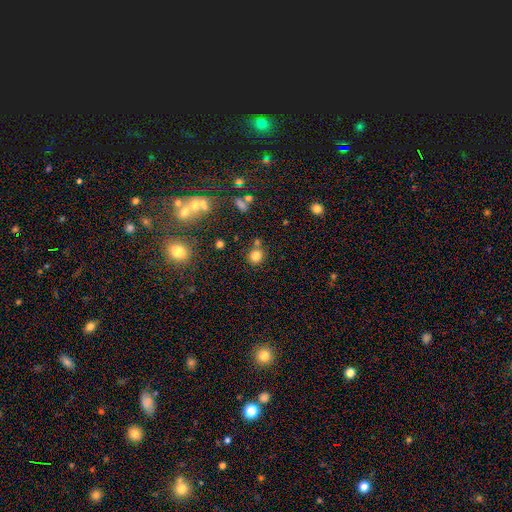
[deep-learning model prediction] The model was most divided on "merging": none: 72%, merger: 15%, minor disturbance: 10%, major disturbance: 3%. More confident: how rounded — round (85%); smooth or featured — smooth (77%).